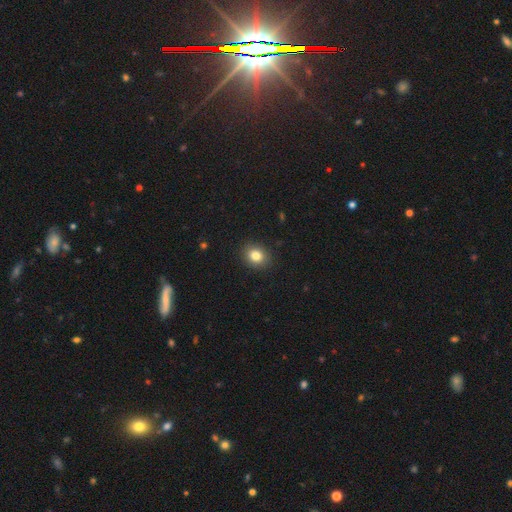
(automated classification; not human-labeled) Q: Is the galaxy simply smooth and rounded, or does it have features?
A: smooth — 82%.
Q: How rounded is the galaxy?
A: round — 61%.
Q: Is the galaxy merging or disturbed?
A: none — 90%.